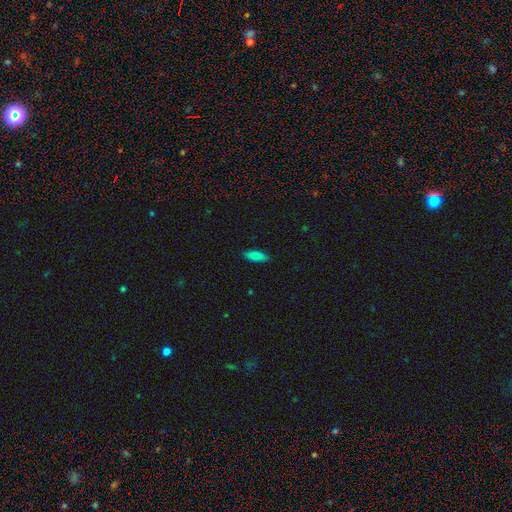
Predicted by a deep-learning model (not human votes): Q: Smooth or featured?
A: smooth (82%); runner-up: featured or disk (10%)
Q: How rounded?
A: in between (72%); runner-up: cigar-shaped (26%)
Q: Merging?
A: none (87%); runner-up: minor disturbance (10%)